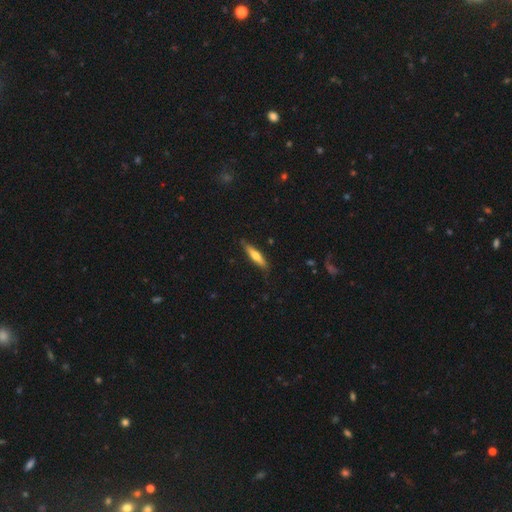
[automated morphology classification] This appears to be a smooth galaxy with no disk features (55%) that is cigar-shaped (81%). Merging: none (84%).